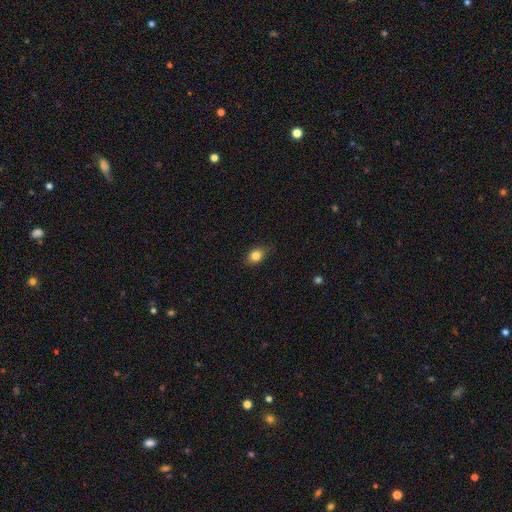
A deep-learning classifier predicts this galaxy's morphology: Smooth or featured: smooth — 82% (star or artifact — 10%)
How rounded: in between — 59% (round — 39%)
Merging: none — 80% (minor disturbance — 16%)